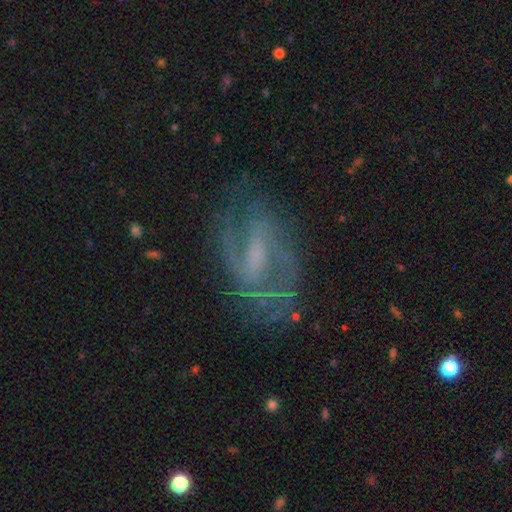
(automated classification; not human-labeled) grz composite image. It shows a featured or disk galaxy (82%) with a weak bar (49%), 2 (69%) medium (50%) spiral arms (90%) and a small central bulge (33%, tied with none). Merging: none (68%).